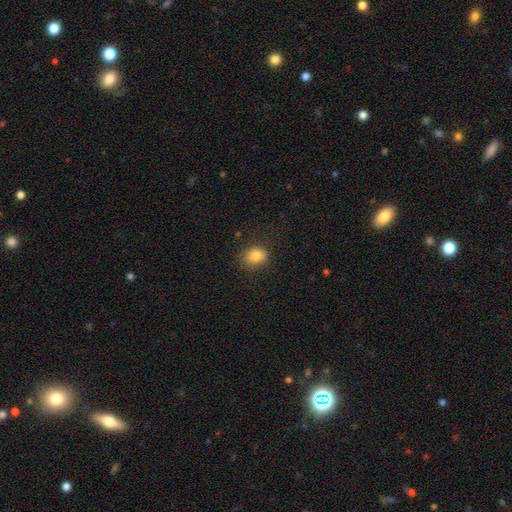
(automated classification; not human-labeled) Overall: smooth (83%). How rounded: round (54%; in between 45%). Merging: none (75%).